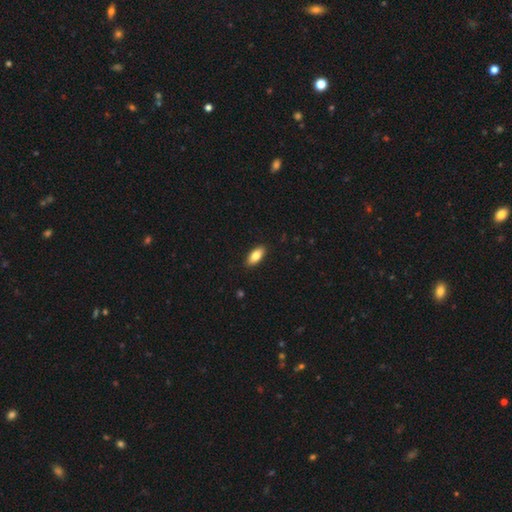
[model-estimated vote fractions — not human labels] Smooth or featured: smooth — 82% (featured or disk — 11%)
How rounded: in between — 87% (cigar-shaped — 11%)
Merging: none — 89% (minor disturbance — 8%)